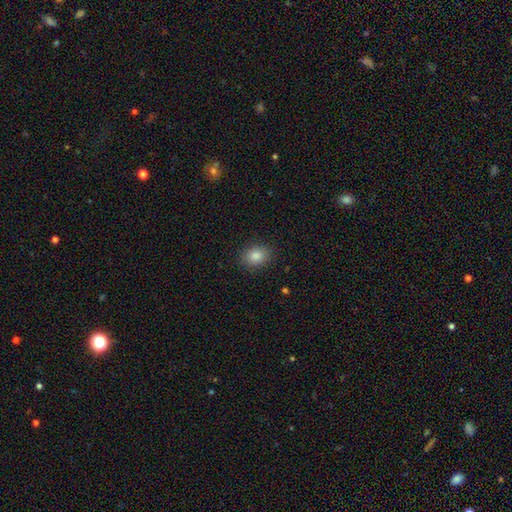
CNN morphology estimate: This appears to be a smooth galaxy with no disk features (84%) that is in between round and cigar-shaped (53%). Merging: none (90%).